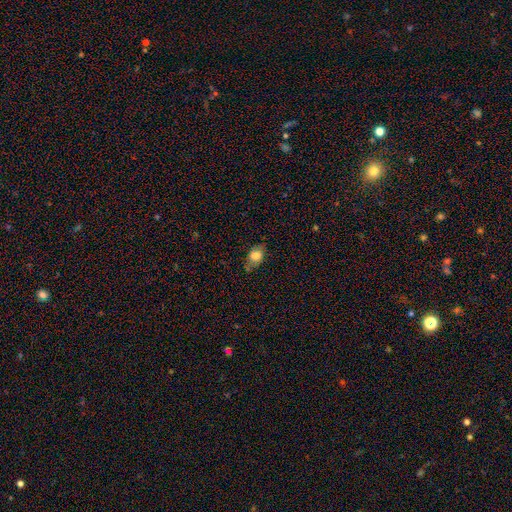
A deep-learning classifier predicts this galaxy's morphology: Q: Smooth or featured?
A: smooth (78%); runner-up: featured or disk (14%)
Q: How rounded?
A: in between (75%); runner-up: round (23%)
Q: Merging?
A: none (70%); runner-up: minor disturbance (22%)